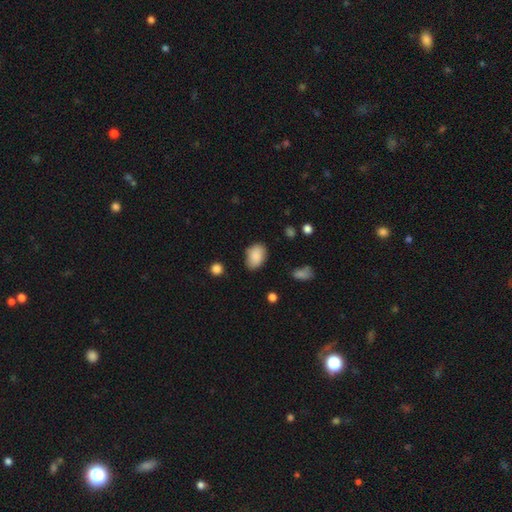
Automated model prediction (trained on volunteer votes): This is clearly a smooth galaxy (88%). How rounded: clearly in between (84%). Merging: likely none (75%).